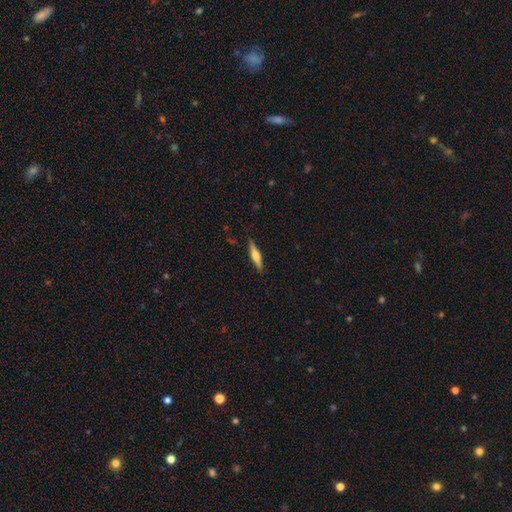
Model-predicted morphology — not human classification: type=featured or disk (50%); merging=none (88%).